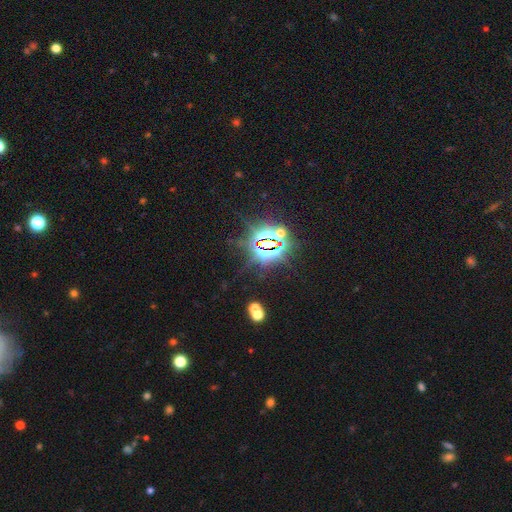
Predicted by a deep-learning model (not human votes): Smooth or featured? Predicted: star or artifact (p=0.83).